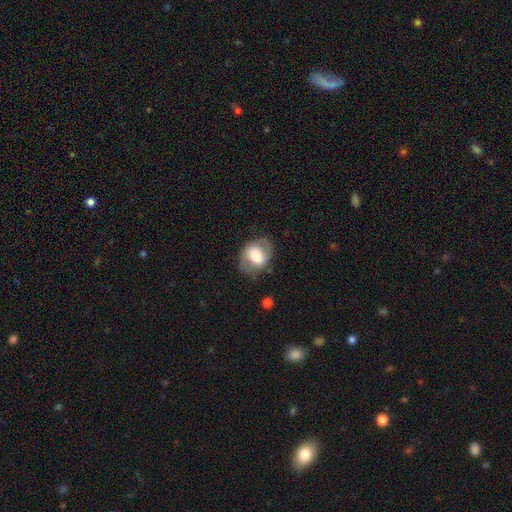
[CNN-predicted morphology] This appears to be a featured or disk galaxy (47%). Merging: none (74%).